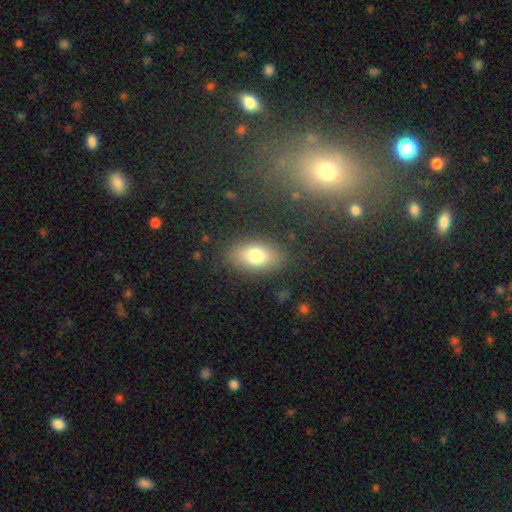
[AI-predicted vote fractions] Smooth or featured?
  - smooth: 77% *
  - featured or disk: 14%
  - star or artifact: 9%
How rounded?
  - in between: 89% *
  - round: 9%
  - cigar-shaped: 3%
Merging?
  - none: 84% *
  - minor disturbance: 11%
  - major disturbance: 4%
  - merger: 1%